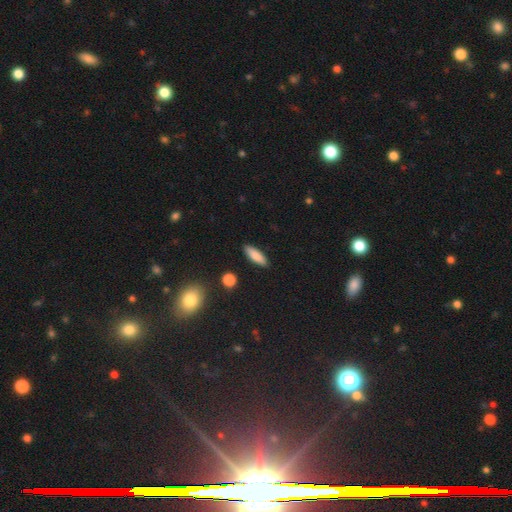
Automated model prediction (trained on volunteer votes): Q: Smooth or featured?
A: smooth (83%); runner-up: featured or disk (10%)
Q: How rounded?
A: cigar-shaped (50%); runner-up: in between (48%)
Q: Merging?
A: none (89%); runner-up: minor disturbance (8%)